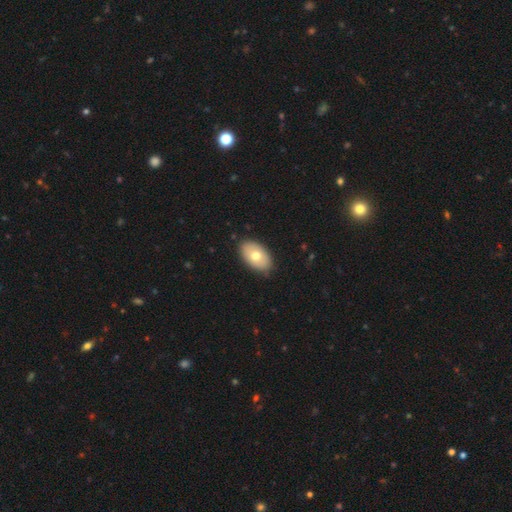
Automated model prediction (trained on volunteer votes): Smooth or featured? Predicted: smooth (p=0.69). How rounded? Predicted: in between (p=0.93). Merging? Predicted: none (p=0.86).